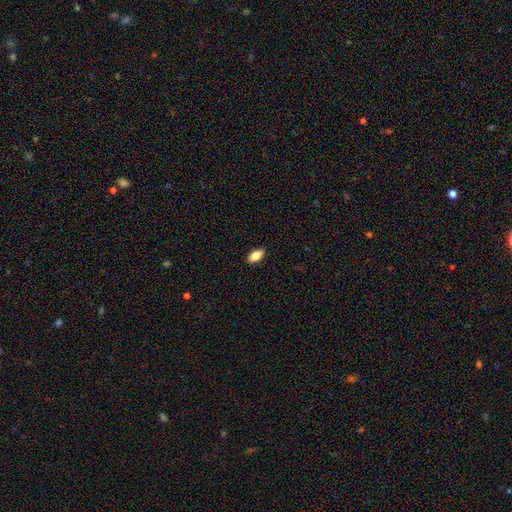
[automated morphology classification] type=smooth (85%); roundness=in between (92%); merging=none (90%).